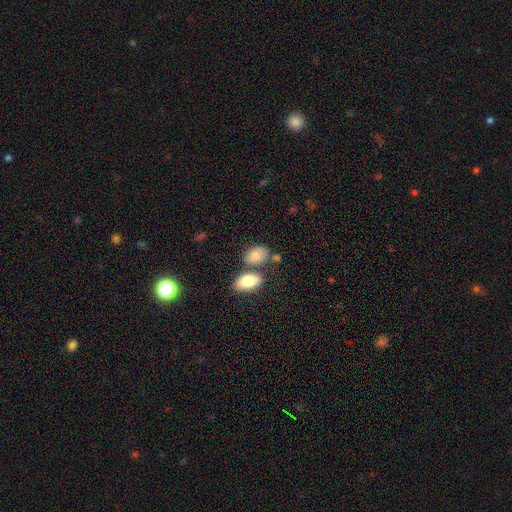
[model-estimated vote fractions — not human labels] Q: Smooth or featured?
A: smooth (85%); runner-up: featured or disk (8%)
Q: How rounded?
A: in between (84%); runner-up: round (14%)
Q: Merging?
A: none (56%); runner-up: merger (22%)